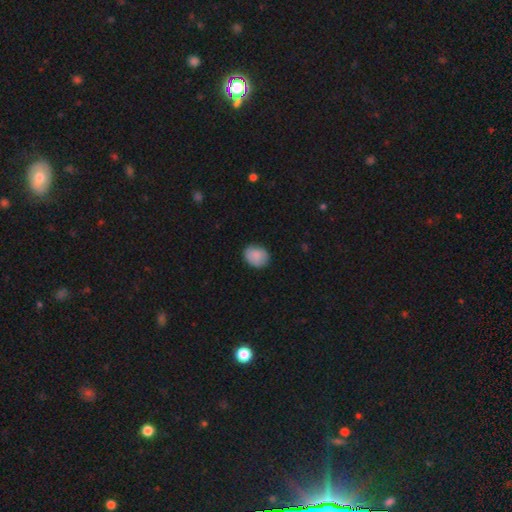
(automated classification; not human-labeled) Morphology: type=smooth (87%); roundness=round (53%); merging=none (82%).